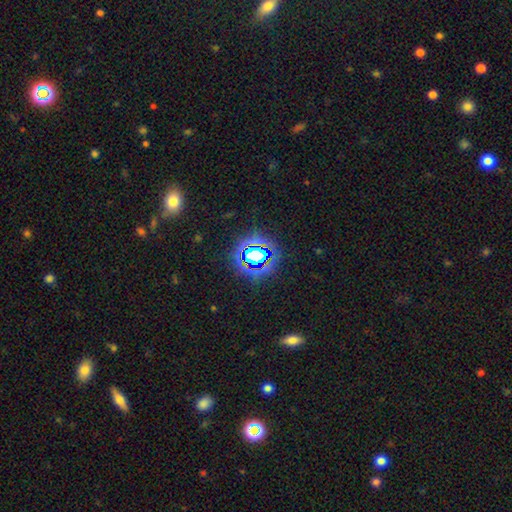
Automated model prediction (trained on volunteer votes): A star or artifact, not a galaxy (72%).